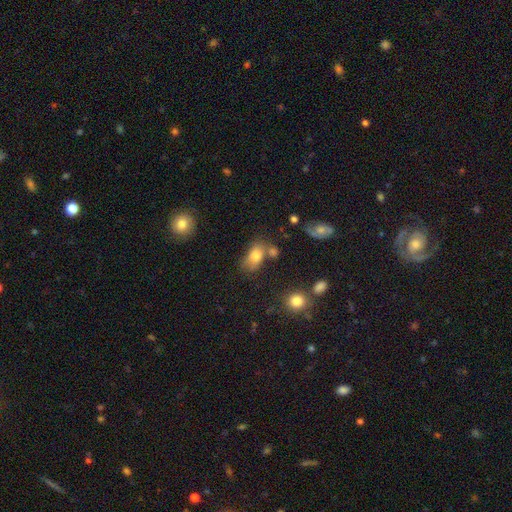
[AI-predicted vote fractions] Smooth or featured: smooth — 76% (featured or disk — 13%)
How rounded: in between — 86% (round — 11%)
Merging: none — 48% (minor disturbance — 23%)